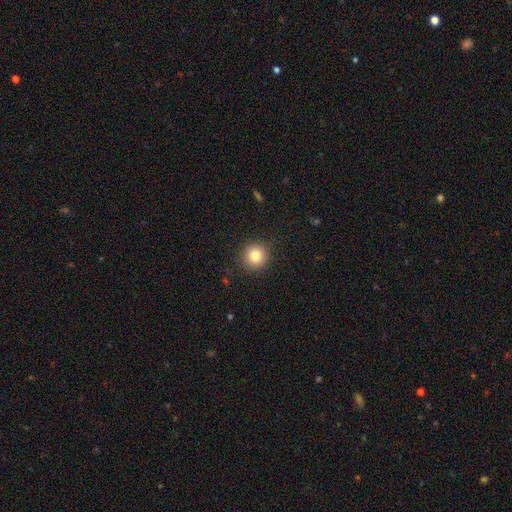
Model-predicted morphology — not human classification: Smooth or featured? smooth (82%)
How rounded? round (93%)
Merging? none (90%)